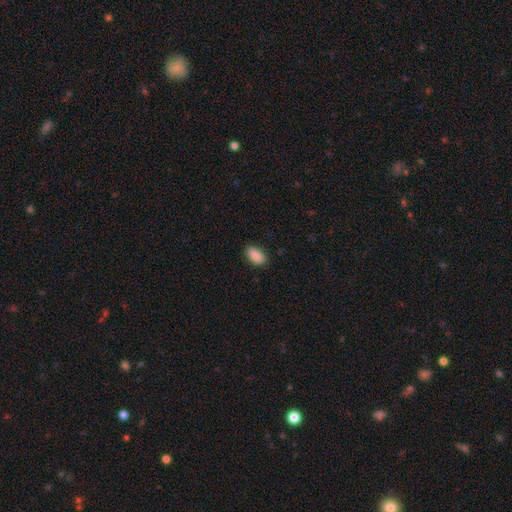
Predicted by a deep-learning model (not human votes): Smooth or featured: smooth — 87% (star or artifact — 7%)
How rounded: in between — 93% (round — 6%)
Merging: none — 87% (minor disturbance — 10%)